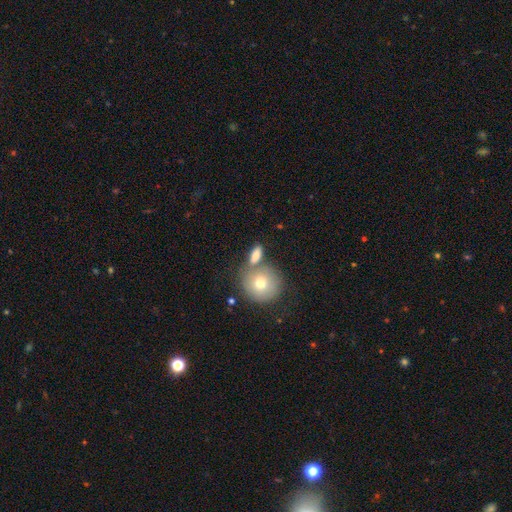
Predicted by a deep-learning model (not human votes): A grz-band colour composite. It shows a smooth galaxy with no disk features (78%) that is in between round and cigar-shaped (59%). Merging: none (55%).